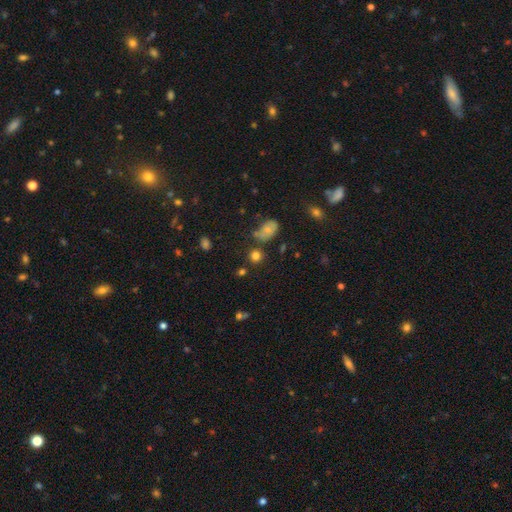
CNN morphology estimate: This is likely a smooth galaxy (78%). How rounded: clearly round (85%). Merging: likely none (75%).